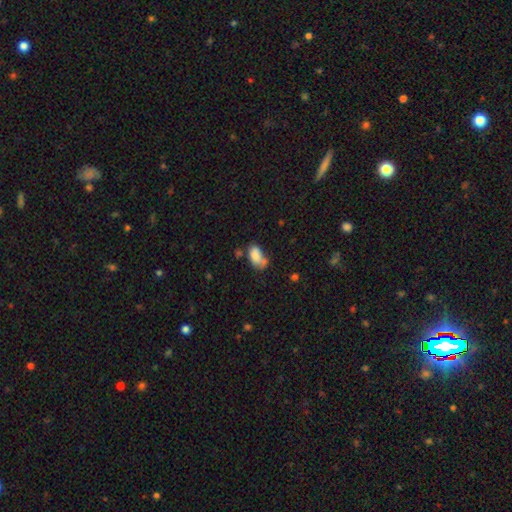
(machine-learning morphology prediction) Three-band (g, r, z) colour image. It shows a smooth galaxy with no disk features (81%) that is in between round and cigar-shaped (91%). Merging: none (40%).